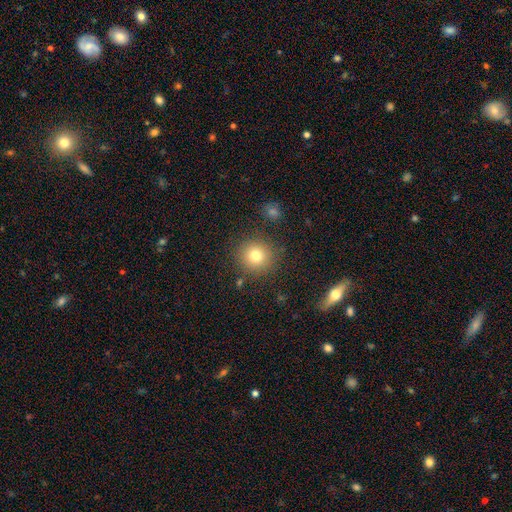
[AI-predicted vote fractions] Smooth or featured?
  - smooth: 78% *
  - star or artifact: 13%
  - featured or disk: 9%
How rounded?
  - round: 92% *
  - in between: 7%
  - cigar-shaped: 1%
Merging?
  - none: 85% *
  - minor disturbance: 8%
  - major disturbance: 3%
  - merger: 3%